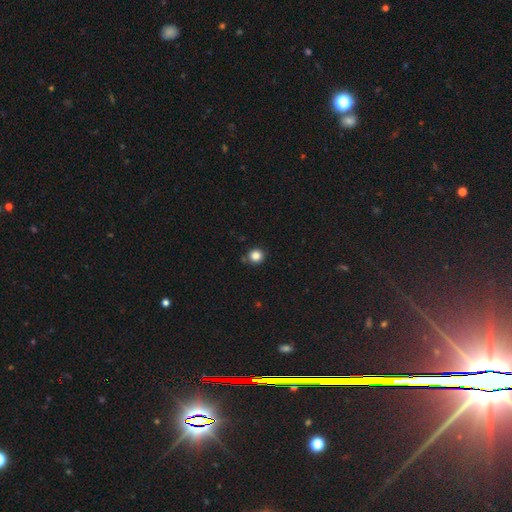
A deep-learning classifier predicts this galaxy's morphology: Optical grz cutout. It shows a smooth galaxy with no disk features (84%) that is round (93%). Merging: none (85%).